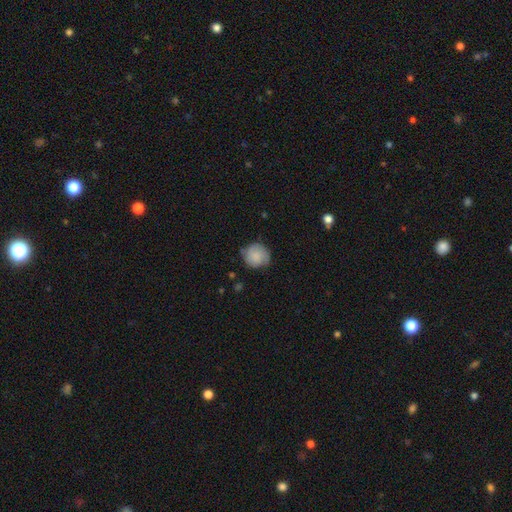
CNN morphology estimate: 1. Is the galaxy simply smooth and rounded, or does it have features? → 73% smooth, 20% featured or disk, 7% star or artifact.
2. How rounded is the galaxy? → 88% round, 11% in between, 1% cigar-shaped.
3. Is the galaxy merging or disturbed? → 70% none, 22% minor disturbance, 6% major disturbance, 2% merger.